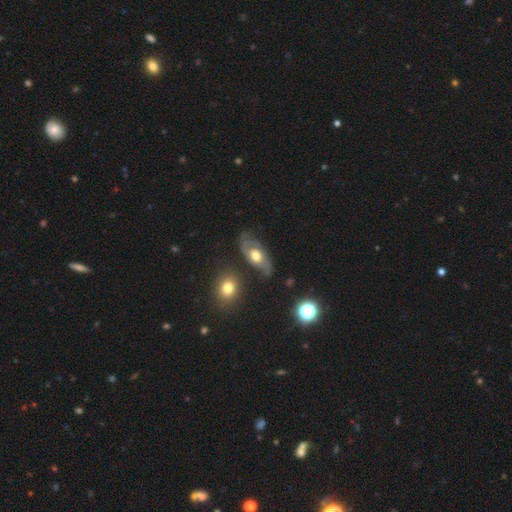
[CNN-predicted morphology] A featured or disk galaxy (66%) with no bar (79%), spiral arms (72%) and a moderate central bulge (68%). Merging: none (62%).